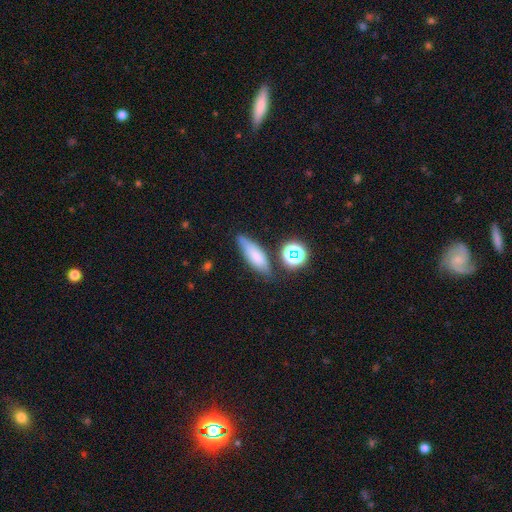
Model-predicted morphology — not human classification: Smooth or featured?
  - smooth: 72% *
  - featured or disk: 16%
  - star or artifact: 11%
How rounded?
  - in between: 49% *
  - cigar-shaped: 46%
  - round: 5%
Merging?
  - none: 70% *
  - minor disturbance: 19%
  - merger: 7%
  - major disturbance: 5%